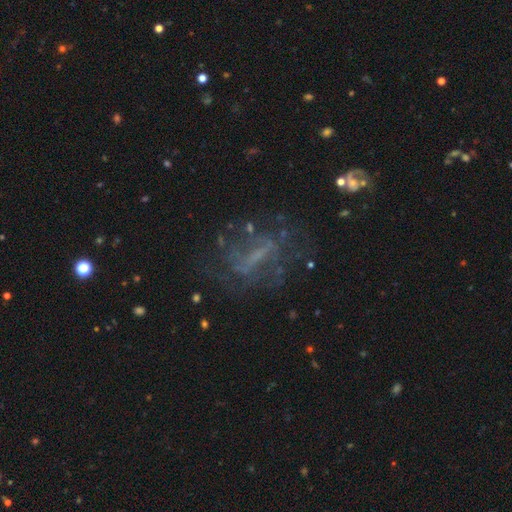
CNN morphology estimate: Smooth or featured?
  - featured or disk: 59% *
  - star or artifact: 21%
  - smooth: 20%
Edge-on disk?
  - no: 87% *
  - yes: 13%
Bar?
  - strong: 35% *
  - weak: 33%
  - no: 32%
Spiral arms?
  - no: 54% *
  - yes: 46%
Bulge size?
  - none: 54% *
  - small: 30%
  - moderate: 13%
  - large: 2%
  - dominant: 1%
Merging?
  - none: 59% *
  - major disturbance: 21%
  - minor disturbance: 17%
  - merger: 3%